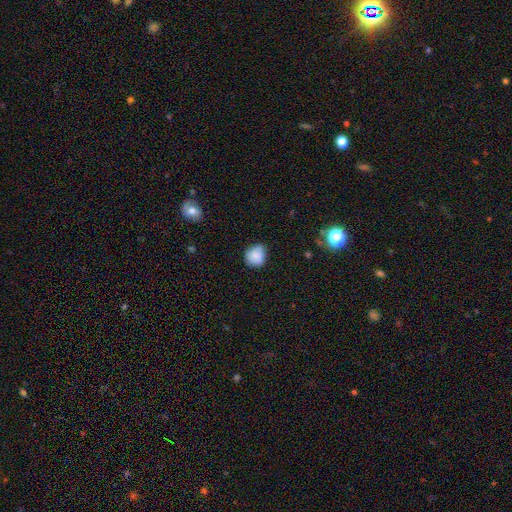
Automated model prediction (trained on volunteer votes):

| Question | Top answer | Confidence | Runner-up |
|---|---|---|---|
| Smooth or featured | smooth | 83% | featured or disk (9%) |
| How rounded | round | 80% | in between (19%) |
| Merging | none | 70% | minor disturbance (25%) |